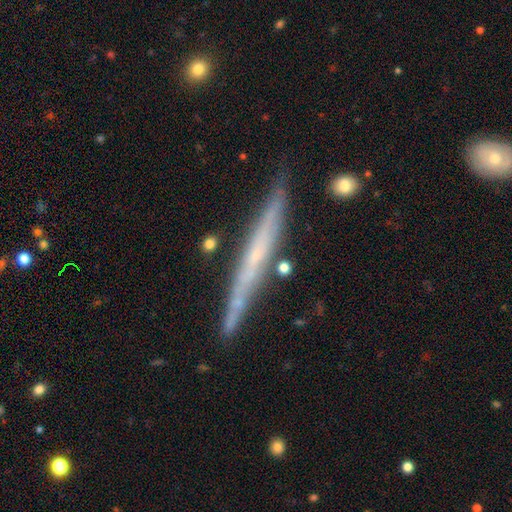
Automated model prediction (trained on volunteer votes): A featured or disk galaxy (65%) viewed edge-on (94%) with no central bulge (72%).

Vote fractions:
- Smooth or featured? featured or disk: 65% / smooth: 29% / star or artifact: 6%
- Edge-on disk? yes: 94% / no: 6%
- Edge-on bulge? none: 72% / rounded: 22% / boxy: 6%
- Merging? none: 82% / minor disturbance: 13% / merger: 3% / major disturbance: 2%